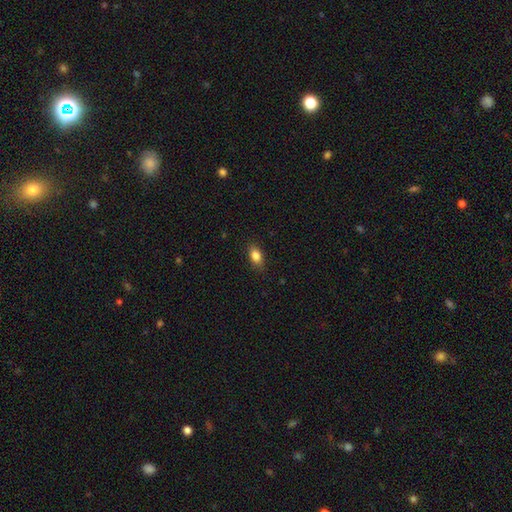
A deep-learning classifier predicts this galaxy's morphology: smooth 84%, star or artifact 8%, featured or disk 7%. Down the decision tree: how rounded — in between (85%); merging — none (84%).